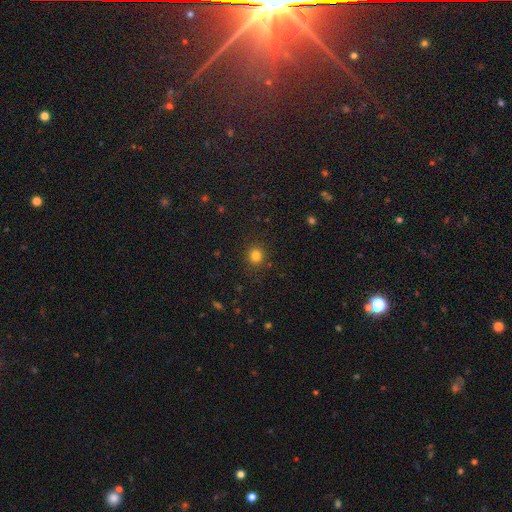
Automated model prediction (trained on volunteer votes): The model was most divided on "smooth or featured": smooth: 81%, star or artifact: 14%, featured or disk: 5%. More confident: merging — none (89%); how rounded — round (85%).